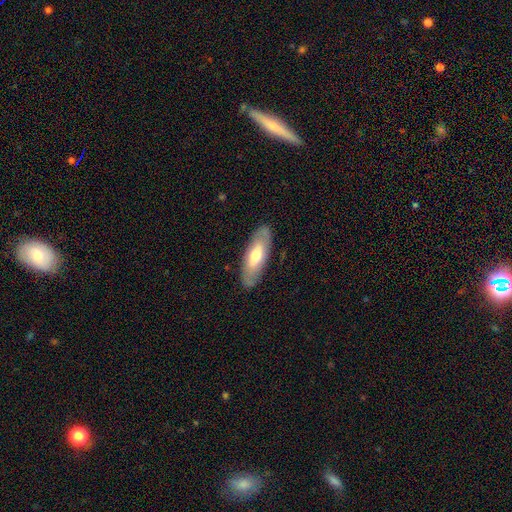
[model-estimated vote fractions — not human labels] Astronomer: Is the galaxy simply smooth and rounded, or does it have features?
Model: smooth — 54% (runner-up: featured or disk, 40%).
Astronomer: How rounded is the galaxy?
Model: in between — 69%.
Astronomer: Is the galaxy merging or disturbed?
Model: none — 85%.